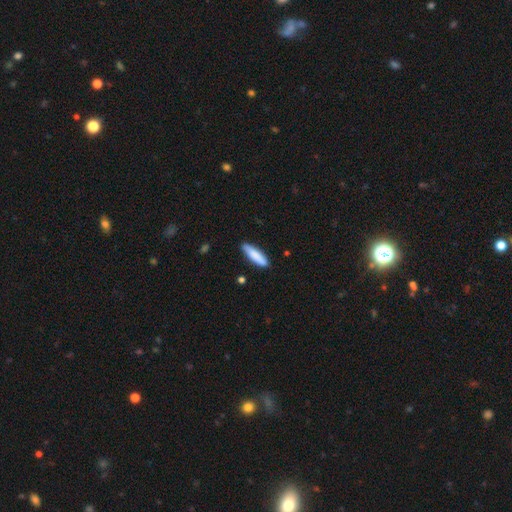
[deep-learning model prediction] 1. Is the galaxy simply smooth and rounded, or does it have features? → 85% smooth, 10% featured or disk, 5% star or artifact.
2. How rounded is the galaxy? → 66% cigar-shaped, 32% in between, 1% round.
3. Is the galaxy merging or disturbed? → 86% none, 11% minor disturbance, 2% major disturbance, 1% merger.